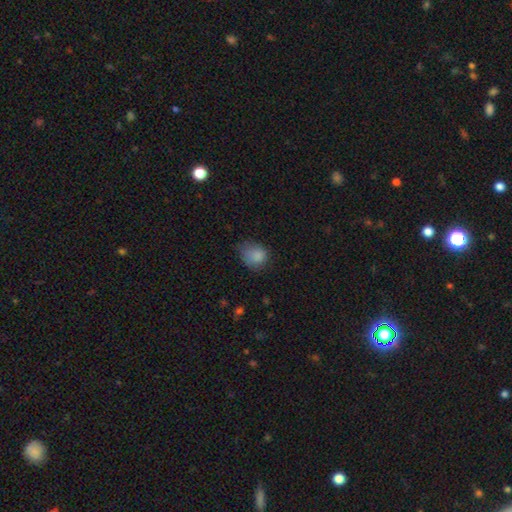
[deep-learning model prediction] This appears to be a smooth galaxy with no disk features (84%) that is round (56%). Merging: none (47%).